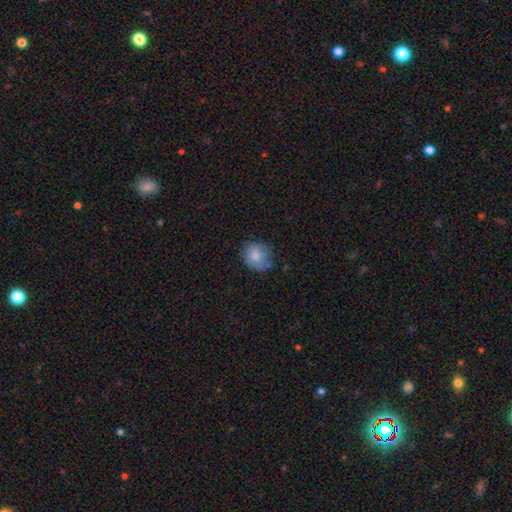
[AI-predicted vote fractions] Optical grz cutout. It shows a smooth galaxy with no disk features (81%) that is round (76%). Merging: none (66%).